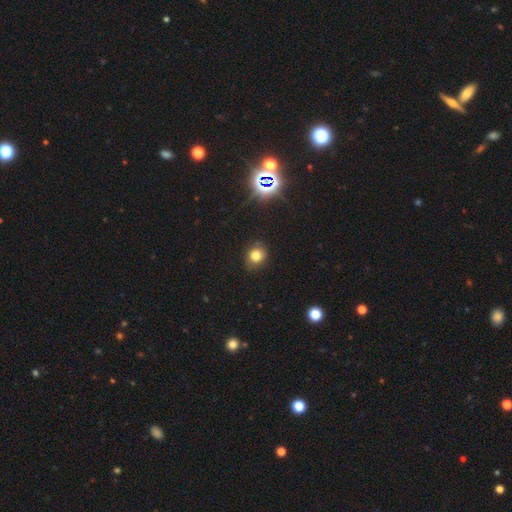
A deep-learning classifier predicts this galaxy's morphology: Overall: smooth (74%). How rounded: round (68%; in between 31%). Merging: none (80%).